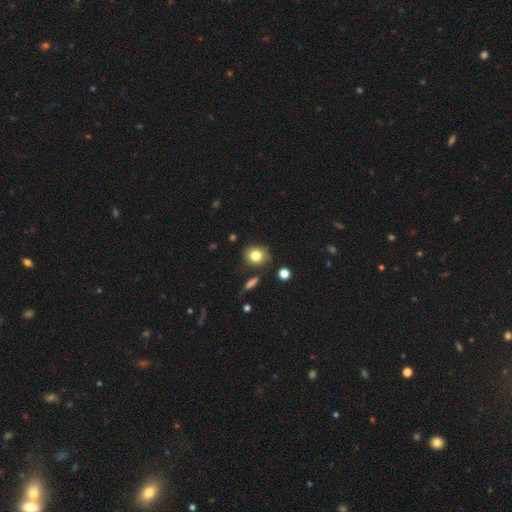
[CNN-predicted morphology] The model was most divided on "how rounded": round: 73%, in between: 26%, cigar-shaped: 1%. More confident: smooth or featured — smooth (81%); merging — none (75%).